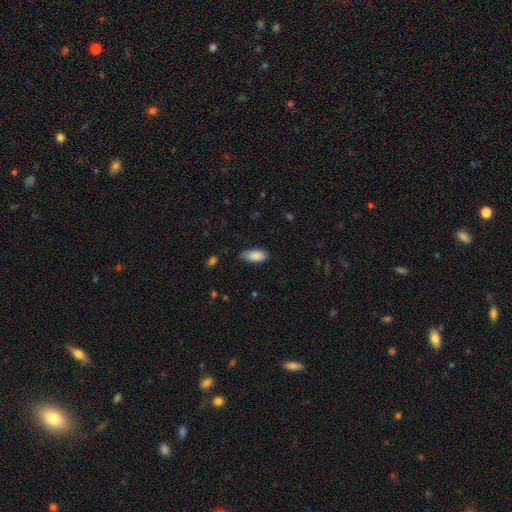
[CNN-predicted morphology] A smooth galaxy with no disk features (87%) that is in between round and cigar-shaped (89%).

Vote fractions:
- Smooth or featured? smooth: 87% / star or artifact: 7% / featured or disk: 6%
- How rounded? in between: 89% / cigar-shaped: 9% / round: 2%
- Merging? none: 58% / minor disturbance: 35% / major disturbance: 6% / merger: 1%